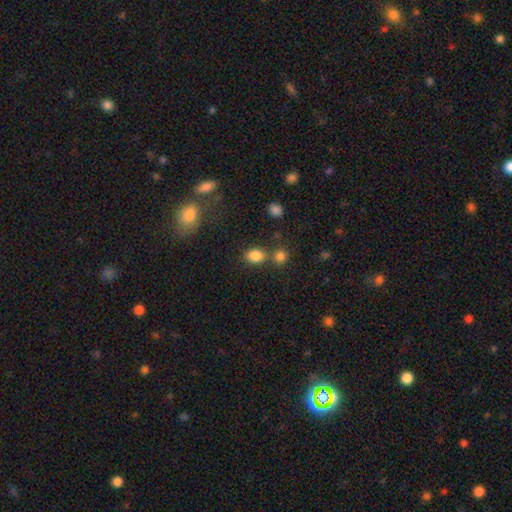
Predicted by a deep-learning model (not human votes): smooth-or-featured: smooth: 83% | star or artifact: 12% | featured or disk: 6%
  how-rounded: in between: 62% | round: 37% | cigar-shaped: 1%
  merging: none: 61% | merger: 22% | minor disturbance: 12% | major disturbance: 4%